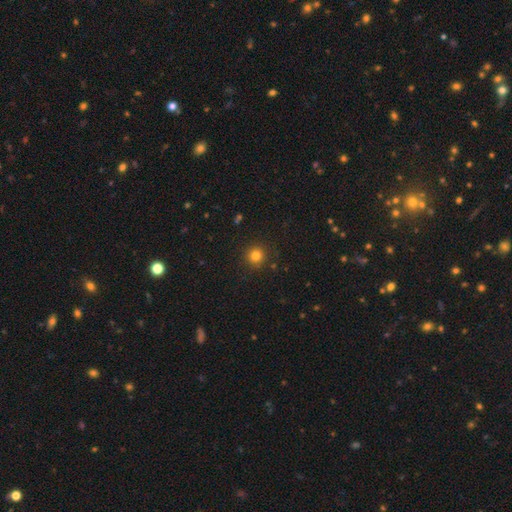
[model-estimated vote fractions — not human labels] The model was most divided on "smooth or featured": smooth: 81%, star or artifact: 13%, featured or disk: 5%. More confident: how rounded — round (94%); merging — none (90%).